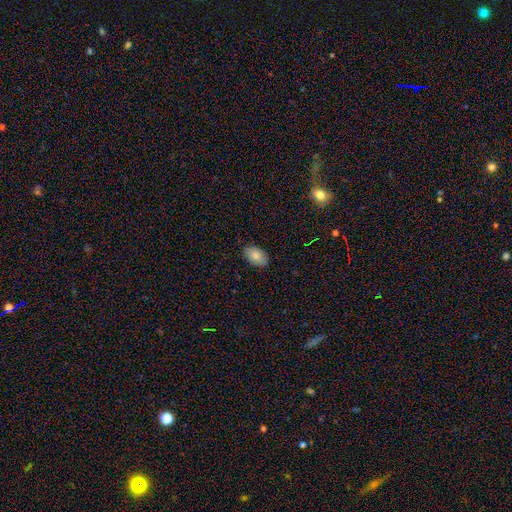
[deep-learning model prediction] smooth 84%, featured or disk 8%, star or artifact 7%. Down the decision tree: how rounded — in between (93%); merging — none (86%).